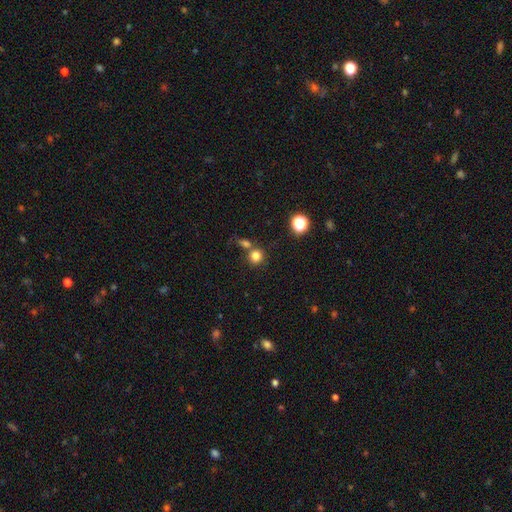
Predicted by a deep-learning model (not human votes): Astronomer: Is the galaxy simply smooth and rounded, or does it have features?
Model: smooth — 79%.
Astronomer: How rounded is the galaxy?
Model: round — 86%.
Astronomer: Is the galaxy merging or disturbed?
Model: none — 60%.